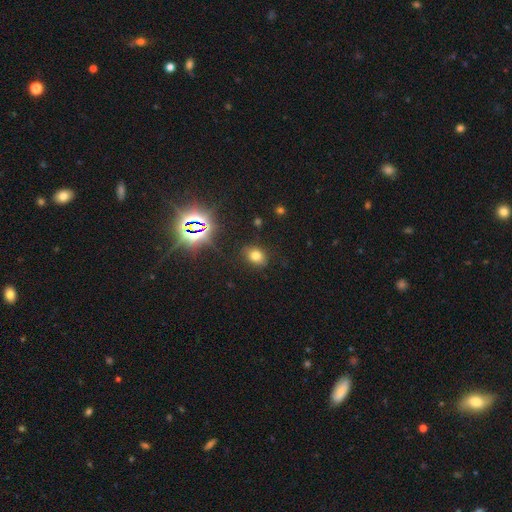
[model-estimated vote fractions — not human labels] Overall: smooth (69%). How rounded: in between (62%; round 37%). Merging: none (84%).